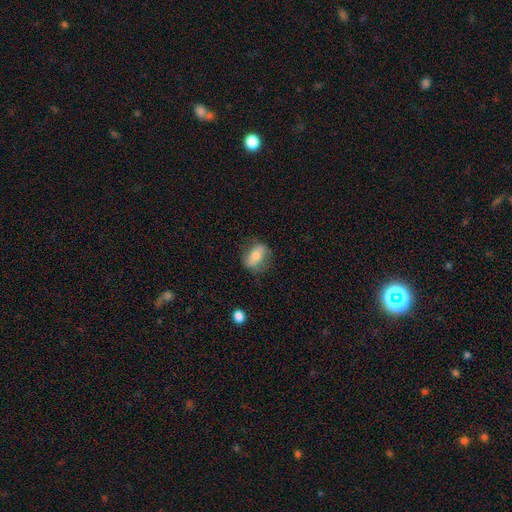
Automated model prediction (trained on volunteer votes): Q: Smooth or featured?
A: smooth (61%); runner-up: featured or disk (32%)
Q: How rounded?
A: in between (73%); runner-up: round (21%)
Q: Merging?
A: none (71%); runner-up: minor disturbance (19%)